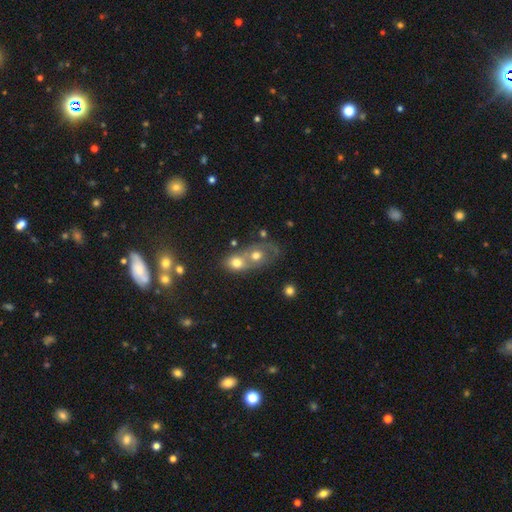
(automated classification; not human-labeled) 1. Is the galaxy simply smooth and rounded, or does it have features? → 48% smooth, 35% star or artifact, 17% featured or disk.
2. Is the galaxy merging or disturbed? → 45% none, 37% merger, 10% minor disturbance, 8% major disturbance.